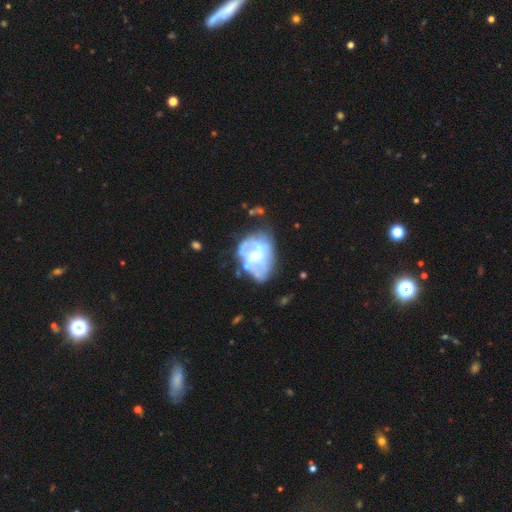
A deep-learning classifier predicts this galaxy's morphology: Smooth or featured?
  - featured or disk: 64% *
  - smooth: 28%
  - star or artifact: 8%
Edge-on disk?
  - no: 97% *
  - yes: 3%
Bar?
  - no: 68% *
  - weak: 23%
  - strong: 8%
Spiral arms?
  - no: 72% *
  - yes: 28%
Bulge size?
  - moderate: 39% *
  - small: 28%
  - none: 21%
  - large: 11%
  - dominant: 2%
Merging?
  - none: 39% *
  - minor disturbance: 24%
  - major disturbance: 23%
  - merger: 14%